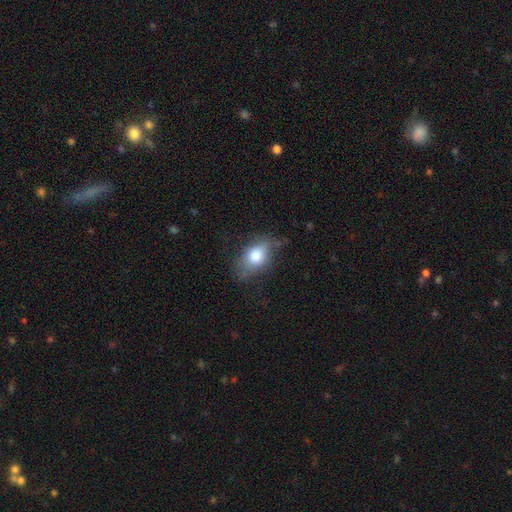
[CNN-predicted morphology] Overall: smooth (72%). How rounded: in between (82%). Merging: none (62%; minor disturbance 26%).